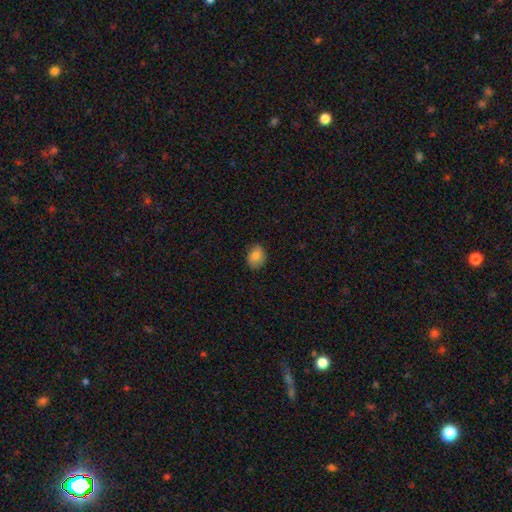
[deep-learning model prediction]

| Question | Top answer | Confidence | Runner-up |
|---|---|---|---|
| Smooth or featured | smooth | 83% | star or artifact (9%) |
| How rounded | in between | 50% | round (49%) |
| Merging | none | 85% | minor disturbance (12%) |